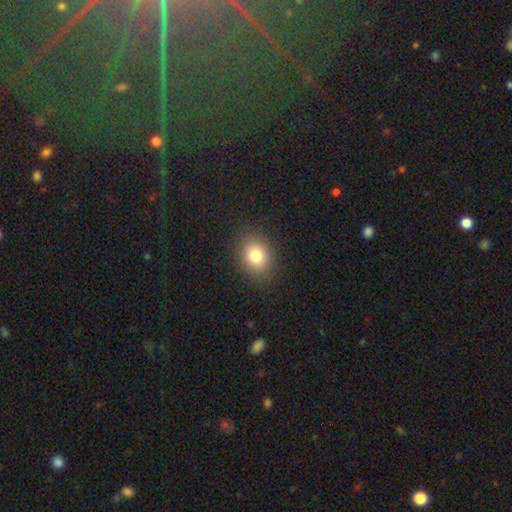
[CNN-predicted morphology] Smooth or featured? smooth (81%)
How rounded? round (54%)
Merging? none (87%)